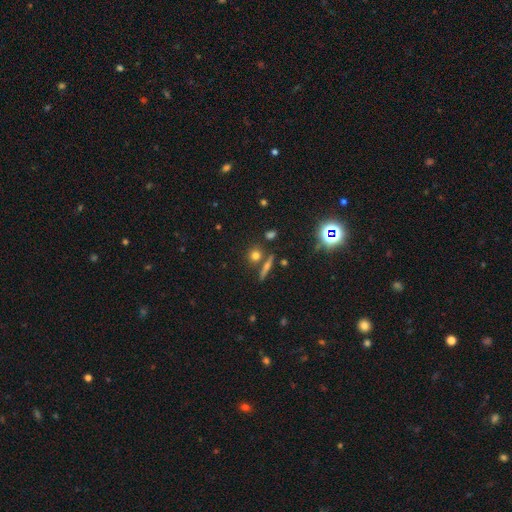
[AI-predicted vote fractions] Smooth or featured: smooth — 67% (star or artifact — 19%)
How rounded: round — 77% (in between — 13%)
Merging: none — 74% (merger — 14%)